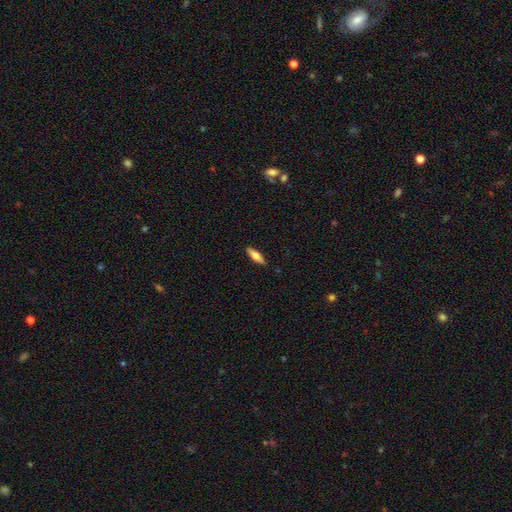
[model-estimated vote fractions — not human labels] smooth_or_featured: smooth (p=0.63) [alt: featured or disk p=0.31]
how_rounded: cigar-shaped (p=0.51) [alt: in between p=0.47]
merging: none (p=0.87) [alt: minor disturbance p=0.10]